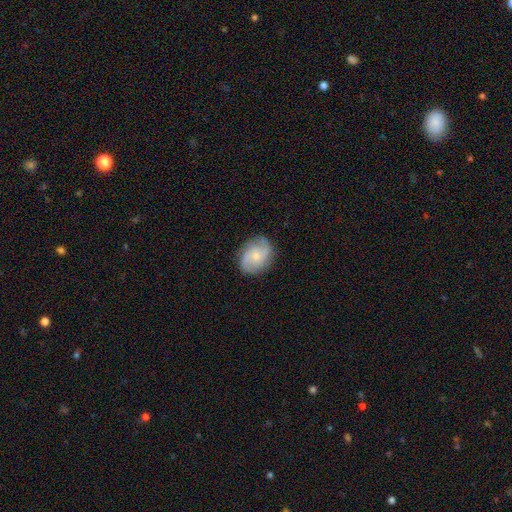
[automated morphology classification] smooth-or-featured: featured or disk: 62% | smooth: 31% | star or artifact: 7%
  disk-edge-on: no: 97% | yes: 3%
    bar: no: 69% | weak: 27% | strong: 4%
    has-spiral-arms: yes: 93% | no: 7%
      spiral-winding: medium: 47% | tight: 30% | loose: 23%
      spiral-arm-count: 2: 51% | 3: 23% | can't tell: 15% | 4: 4% | 1: 4% | more than 4: 3%
    bulge-size: small: 60% | moderate: 32% | none: 5% | large: 2% | dominant: 1%
  merging: none: 80% | minor disturbance: 15% | major disturbance: 4% | merger: 1%